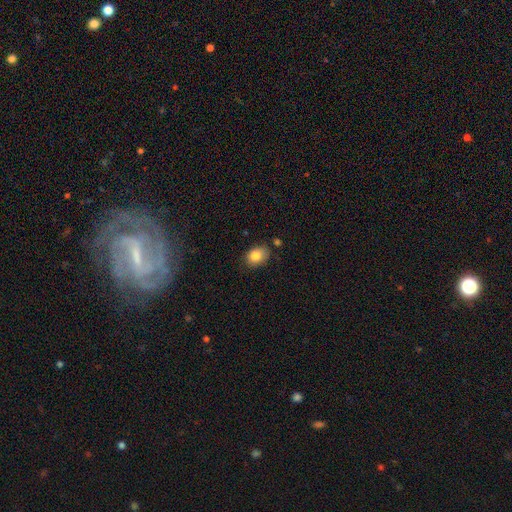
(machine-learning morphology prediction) Smooth or featured? smooth (84%)
How rounded? in between (77%)
Merging? none (76%)